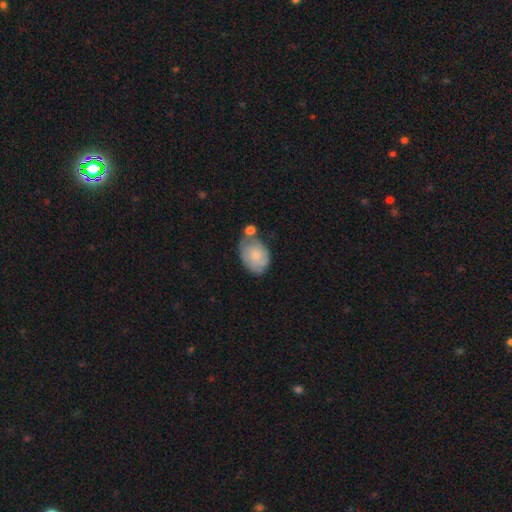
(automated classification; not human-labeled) smooth_or_featured: smooth (p=0.57) [alt: featured or disk p=0.37]
how_rounded: in between (p=0.80) [alt: round p=0.18]
merging: none (p=0.42) [alt: minor disturbance p=0.25]